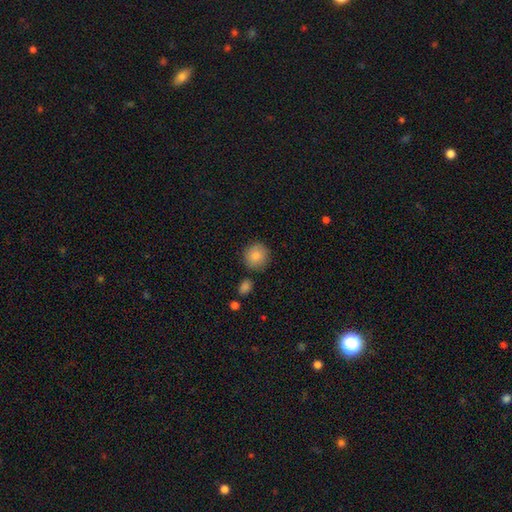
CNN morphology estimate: smooth-or-featured: smooth: 86% | star or artifact: 8% | featured or disk: 7%
  how-rounded: round: 92% | in between: 7% | cigar-shaped: 1%
  merging: none: 85% | minor disturbance: 9% | merger: 4% | major disturbance: 2%